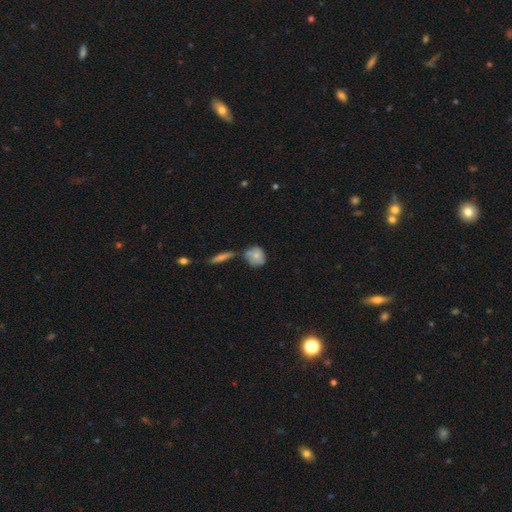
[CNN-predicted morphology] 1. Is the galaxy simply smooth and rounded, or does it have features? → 67% smooth, 24% featured or disk, 9% star or artifact.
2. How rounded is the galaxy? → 60% round, 36% in between, 4% cigar-shaped.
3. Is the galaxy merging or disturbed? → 45% none, 25% merger, 22% minor disturbance, 8% major disturbance.